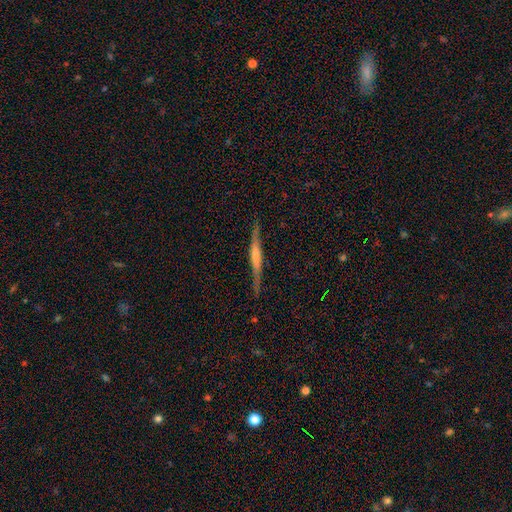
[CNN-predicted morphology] Q: Smooth or featured?
A: featured or disk (64%); runner-up: smooth (30%)
Q: Edge-on disk?
A: yes (96%); runner-up: no (4%)
Q: Edge-on bulge?
A: boxy (41%); runner-up: none (31%)
Q: Merging?
A: none (84%); runner-up: minor disturbance (12%)